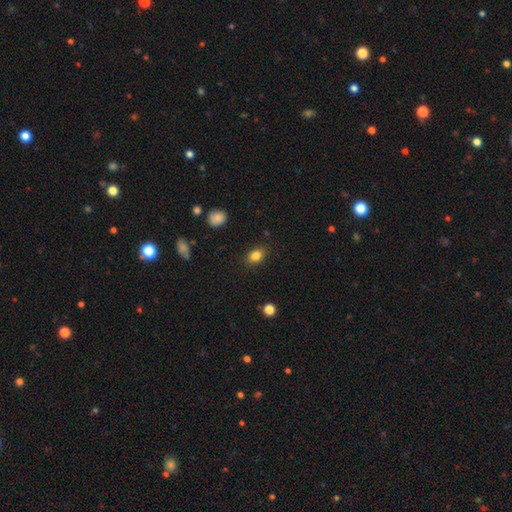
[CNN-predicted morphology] smooth_or_featured: smooth (p=0.84) [alt: star or artifact p=0.10]
how_rounded: in between (p=0.72) [alt: round p=0.26]
merging: none (p=0.84) [alt: minor disturbance p=0.12]